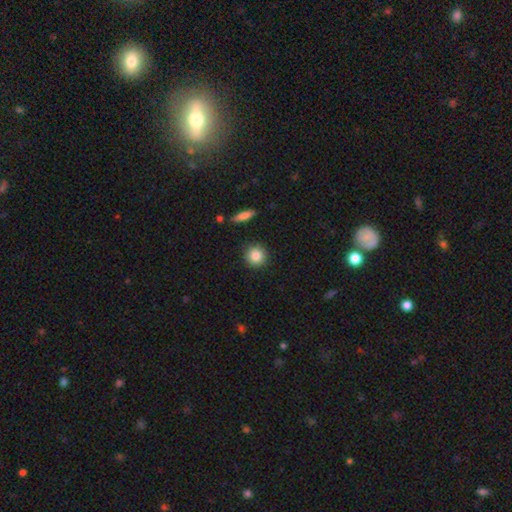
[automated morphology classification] smooth_or_featured: smooth (p=0.85) [alt: star or artifact p=0.09]
how_rounded: round (p=0.93) [alt: in between p=0.06]
merging: none (p=0.90) [alt: minor disturbance p=0.06]